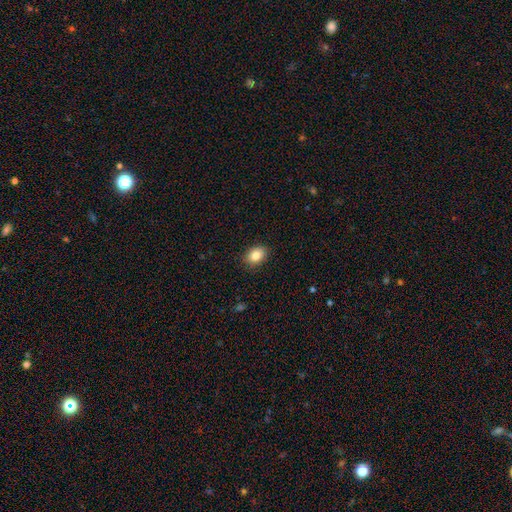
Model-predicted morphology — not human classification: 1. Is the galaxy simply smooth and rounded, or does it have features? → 84% smooth, 9% star or artifact, 8% featured or disk.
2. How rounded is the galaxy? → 75% in between, 24% round, 1% cigar-shaped.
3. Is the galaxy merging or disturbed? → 88% none, 9% minor disturbance, 2% major disturbance, 1% merger.